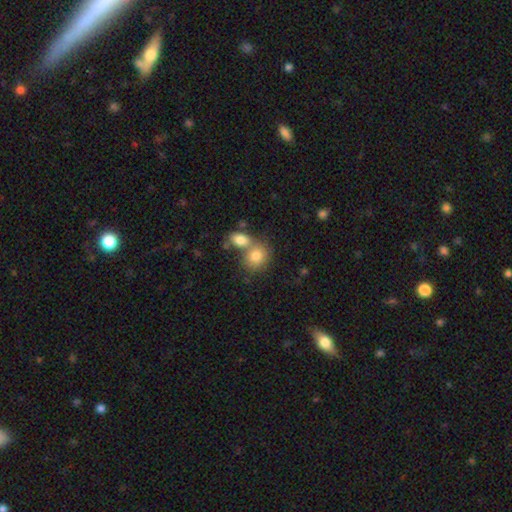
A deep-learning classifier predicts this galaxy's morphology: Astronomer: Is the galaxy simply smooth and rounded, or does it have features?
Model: smooth — 80%.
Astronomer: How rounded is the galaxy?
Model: round — 61% (runner-up: in between, 38%).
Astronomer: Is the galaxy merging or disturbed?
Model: merger — 51% (runner-up: none, 37%).